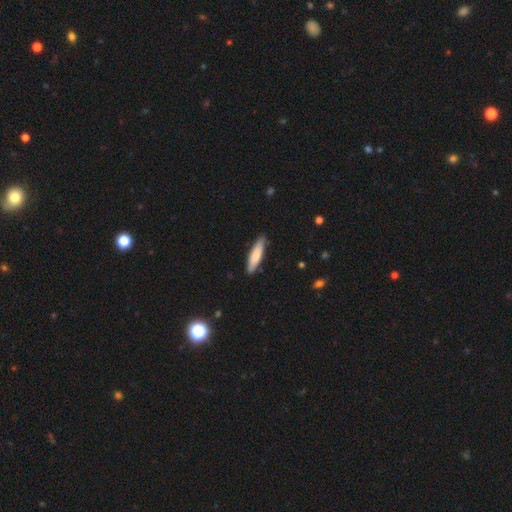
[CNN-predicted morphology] This appears to be a smooth galaxy with no disk features (76%) that is cigar-shaped (77%). Merging: none (86%).